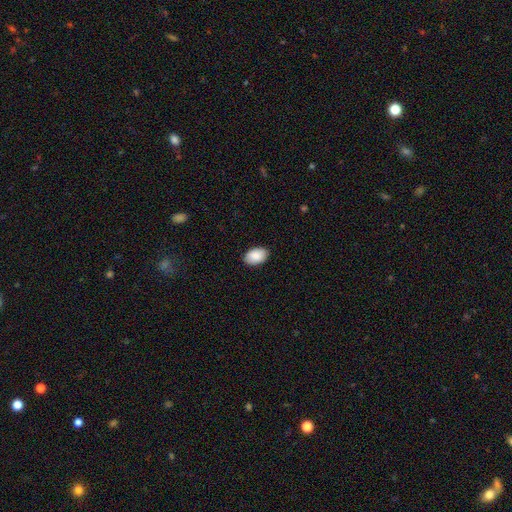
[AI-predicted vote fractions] Q: Smooth or featured?
A: smooth (90%); runner-up: star or artifact (6%)
Q: How rounded?
A: in between (91%); runner-up: round (8%)
Q: Merging?
A: none (89%); runner-up: minor disturbance (9%)